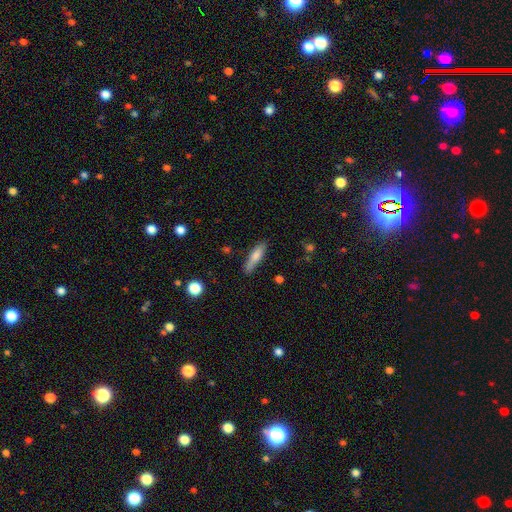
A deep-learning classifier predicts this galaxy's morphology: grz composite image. It shows a smooth galaxy with no disk features (71%) that is cigar-shaped (73%). Merging: none (77%).